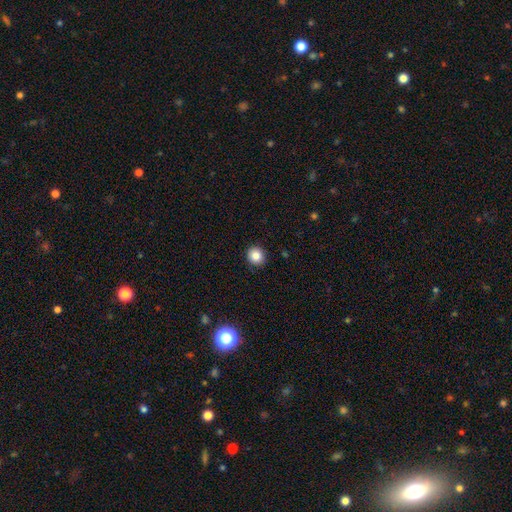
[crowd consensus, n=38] This appears to be a smooth galaxy with no disk features (92%) that is round (80%). Merging: none (86%).